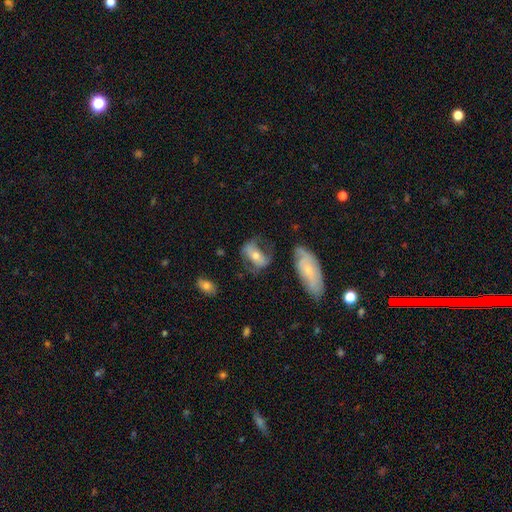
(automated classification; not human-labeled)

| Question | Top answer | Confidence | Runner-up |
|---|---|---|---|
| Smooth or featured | featured or disk | 55% | smooth (36%) |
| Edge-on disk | no | 86% | yes (14%) |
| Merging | none | 46% | minor disturbance (24%) |